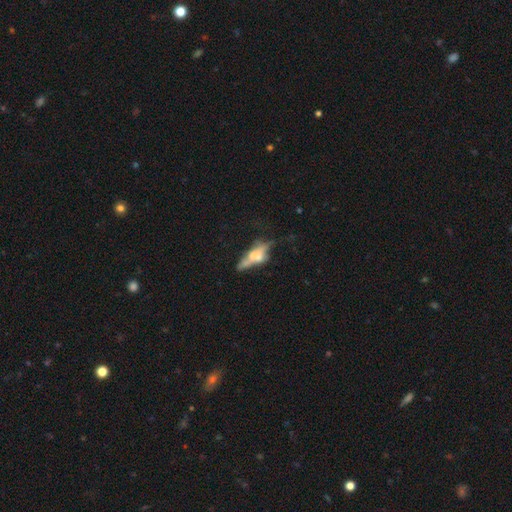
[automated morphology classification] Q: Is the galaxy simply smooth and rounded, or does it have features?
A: featured or disk — 51%.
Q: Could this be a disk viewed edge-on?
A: yes — 58%.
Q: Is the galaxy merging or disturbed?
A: none — 33%.